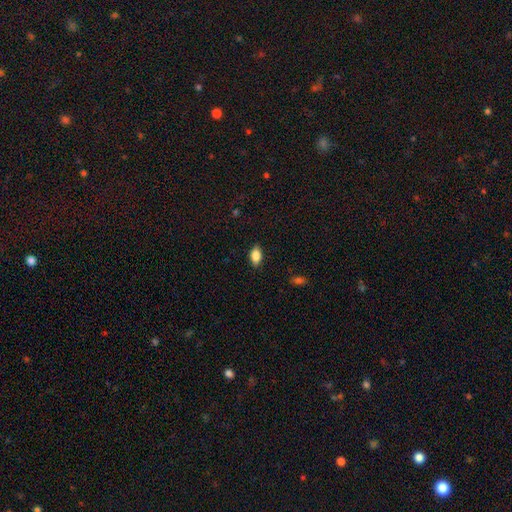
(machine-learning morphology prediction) Smooth or featured? smooth (86%)
How rounded? in between (90%)
Merging? none (86%)